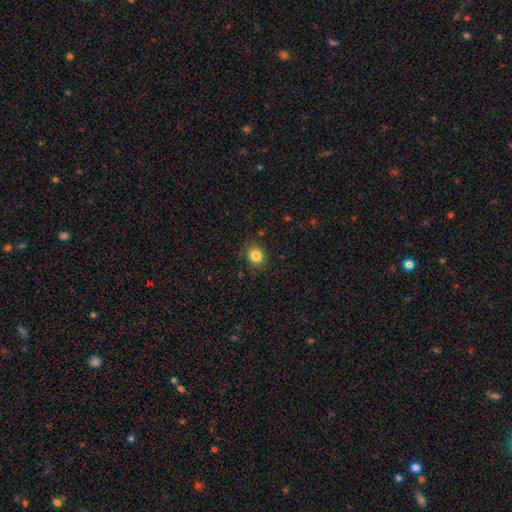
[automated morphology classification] Smooth or featured? smooth (83%)
How rounded? round (67%)
Merging? none (85%)